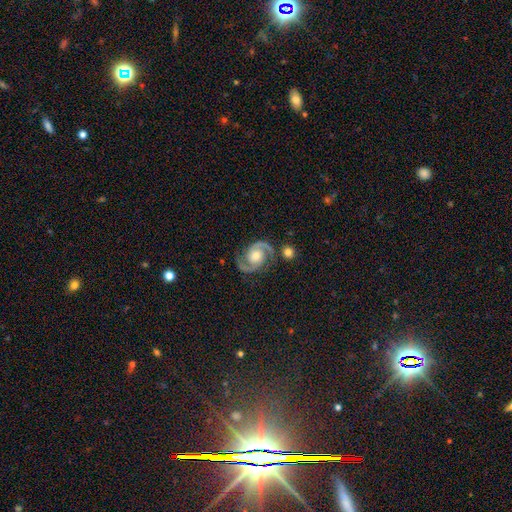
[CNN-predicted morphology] smooth_or_featured: featured or disk (p=0.92) [alt: star or artifact p=0.04]
disk_edge_on: no (p=0.98) [alt: yes p=0.02]
bar: no (p=0.67) [alt: weak p=0.25]
has_spiral_arms: yes (p=0.98) [alt: no p=0.02]
spiral_winding: medium (p=0.58) [alt: tight p=0.31]
spiral_arm_count: 2 (p=0.95) [alt: can't tell p=0.01]
bulge_size: moderate (p=0.63) [alt: large p=0.16]
merging: none (p=0.81) [alt: minor disturbance p=0.11]